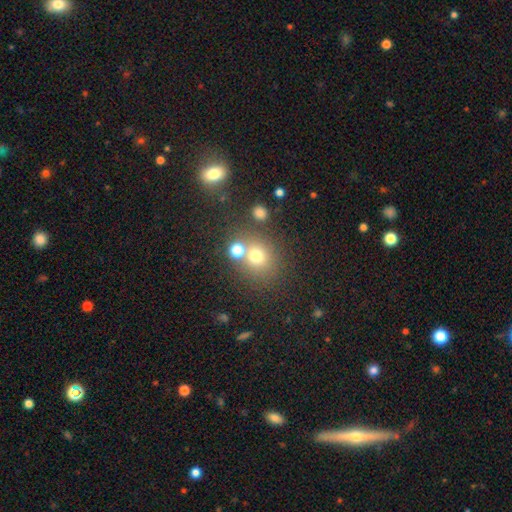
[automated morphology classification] This is likely a smooth galaxy (70%). How rounded: likely round (80%). Merging: likely none (64%).